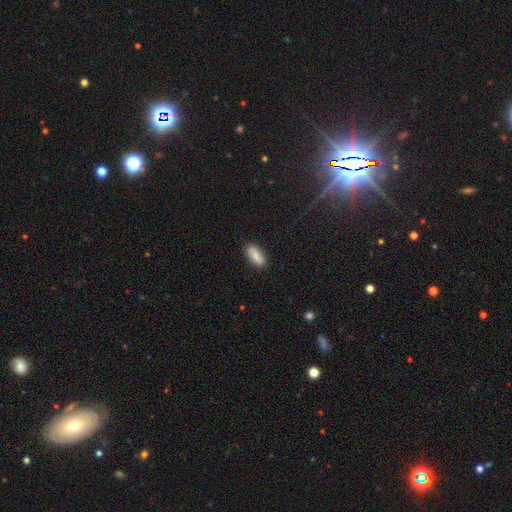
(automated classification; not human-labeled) smooth 80%, featured or disk 13%, star or artifact 7%. Down the decision tree: how rounded — in between (78%); merging — none (87%).